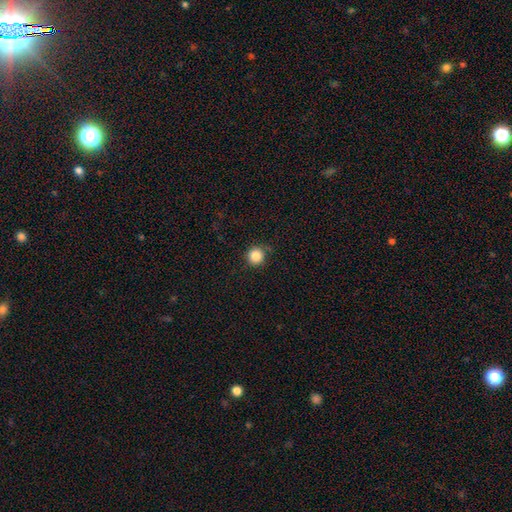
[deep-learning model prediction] Q: Smooth or featured?
A: smooth (85%); runner-up: star or artifact (11%)
Q: How rounded?
A: round (95%); runner-up: in between (4%)
Q: Merging?
A: none (85%); runner-up: minor disturbance (11%)